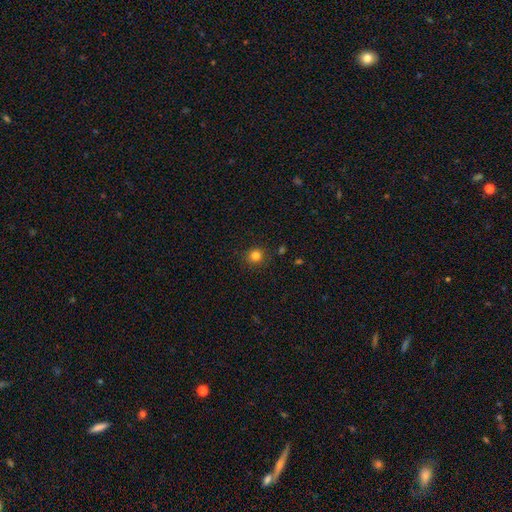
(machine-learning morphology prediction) Smooth or featured?
  - smooth: 82% *
  - star or artifact: 14%
  - featured or disk: 5%
How rounded?
  - round: 91% *
  - in between: 8%
  - cigar-shaped: 1%
Merging?
  - none: 90% *
  - minor disturbance: 7%
  - major disturbance: 2%
  - merger: 1%